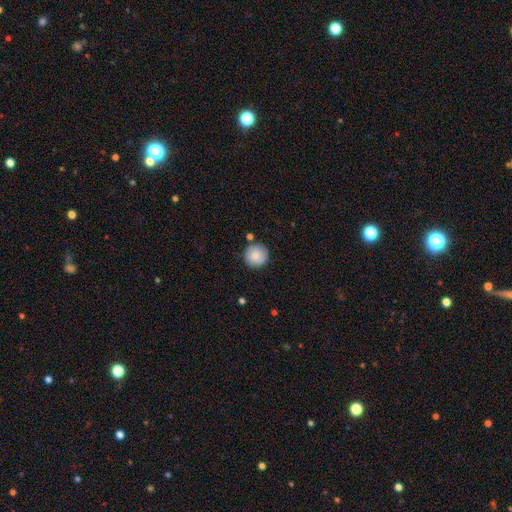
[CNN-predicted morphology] smooth 81%, featured or disk 11%, star or artifact 8%. Down the decision tree: how rounded — round (95%); merging — none (82%).